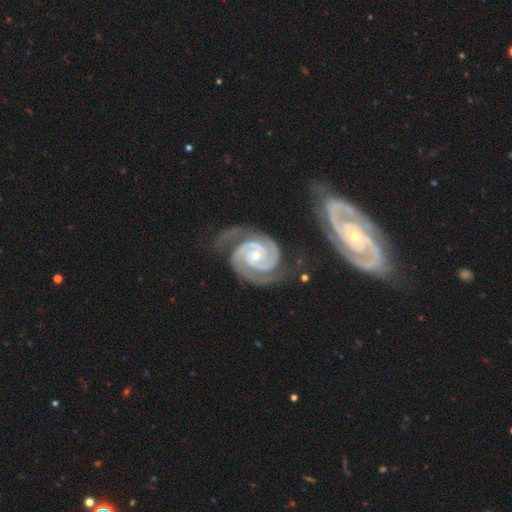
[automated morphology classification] Smooth or featured? featured or disk (94%)
Edge-on disk? no (98%)
Bar? no (64%)
Spiral arms? yes (99%)
Spiral winding? tight (74%)
Spiral arm count? 2 (82%)
Bulge size? small (63%)
Merging? none (65%)